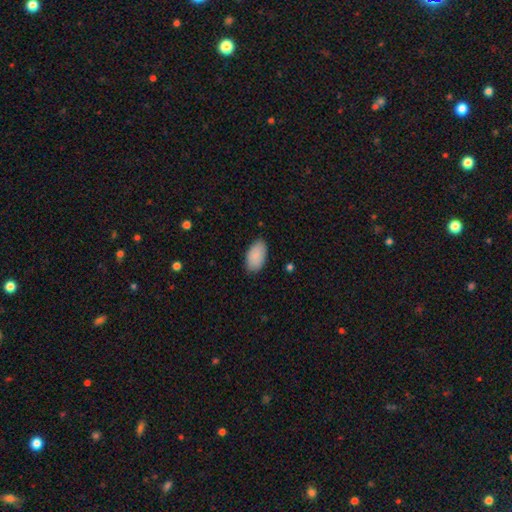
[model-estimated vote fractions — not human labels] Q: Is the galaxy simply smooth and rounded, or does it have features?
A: smooth — 89%.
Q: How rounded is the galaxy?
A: in between — 95%.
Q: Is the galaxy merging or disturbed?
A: none — 83%.